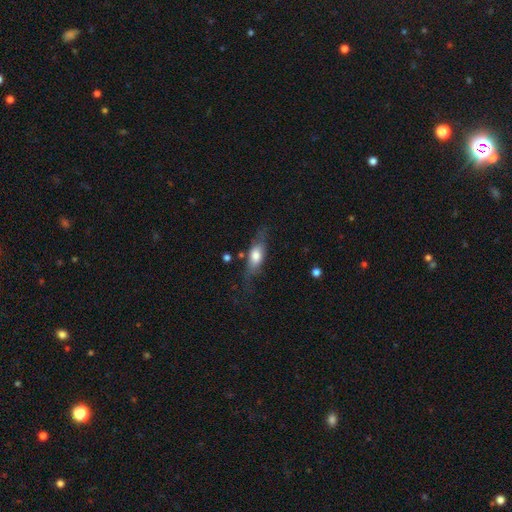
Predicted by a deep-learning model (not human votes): Morphology: type=smooth (60%); roundness=in between (69%); merging=none (58%).